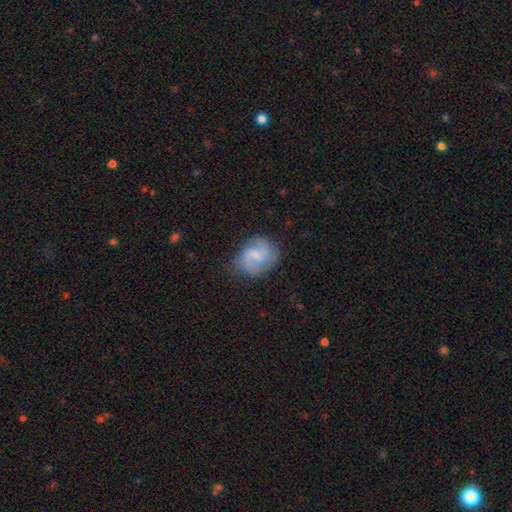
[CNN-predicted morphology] Q: Smooth or featured?
A: featured or disk (55%); runner-up: smooth (38%)
Q: Edge-on disk?
A: no (98%); runner-up: yes (2%)
Q: Bar?
A: weak (55%); runner-up: no (33%)
Q: Spiral arms?
A: yes (88%); runner-up: no (12%)
Q: Bulge size?
A: small (39%); runner-up: moderate (29%)
Q: Merging?
A: none (66%); runner-up: minor disturbance (23%)